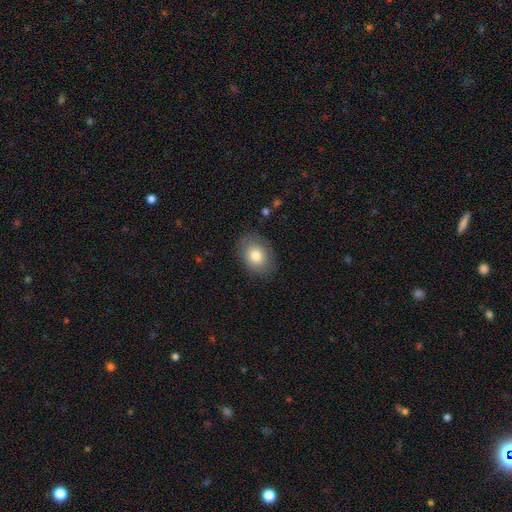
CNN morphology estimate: A smooth galaxy with no disk features (78%) that is in between round and cigar-shaped (67%). Merging: none (83%).